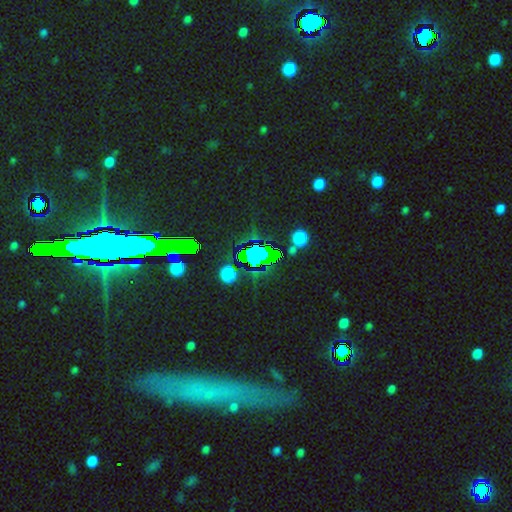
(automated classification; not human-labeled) This is likely a star or artifact rather than a galaxy (79%).